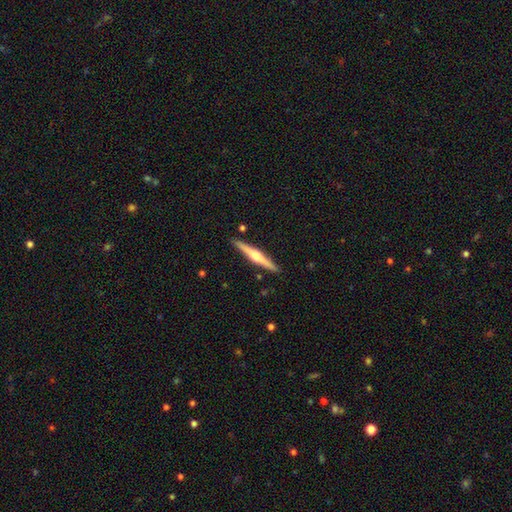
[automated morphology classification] Overall: featured or disk (65%; smooth 30%). Edge-on disk: yes (98%). Edge-on bulge: rounded (81%). Merging: none (90%).